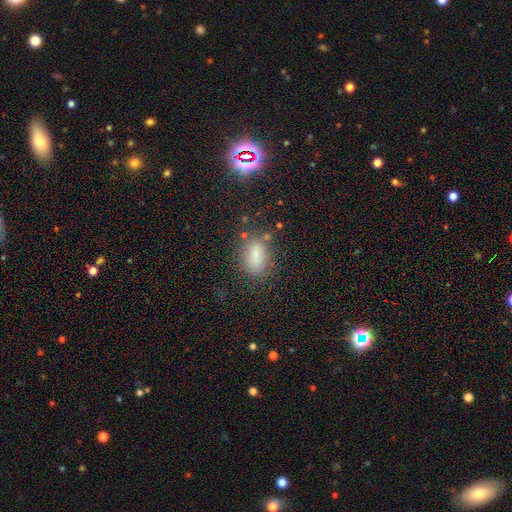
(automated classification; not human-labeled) Q: Smooth or featured?
A: smooth (79%); runner-up: star or artifact (12%)
Q: How rounded?
A: in between (84%); runner-up: round (10%)
Q: Merging?
A: none (69%); runner-up: minor disturbance (18%)